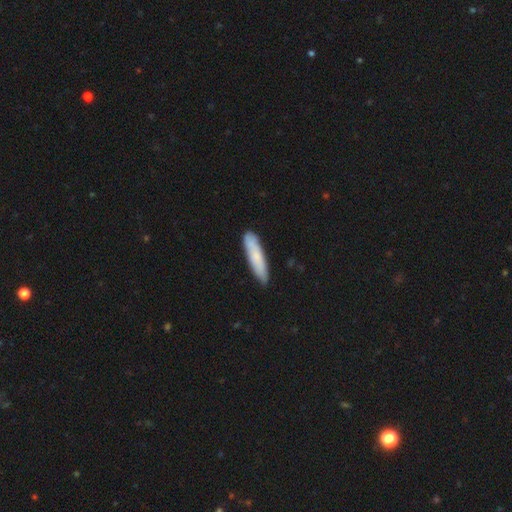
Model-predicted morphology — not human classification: Smooth or featured? Predicted: smooth (p=0.73). How rounded? Predicted: cigar-shaped (p=0.84). Merging? Predicted: none (p=0.83).